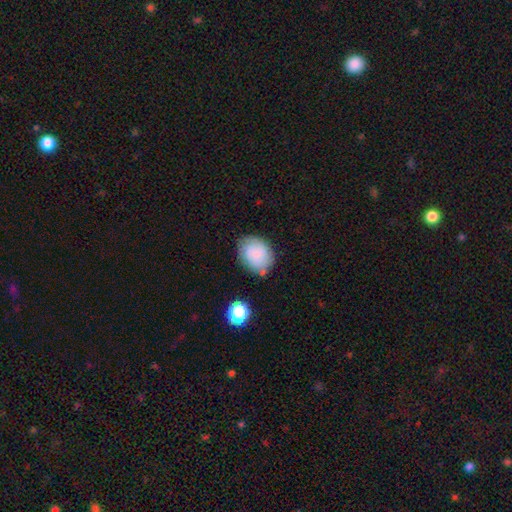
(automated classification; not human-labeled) smooth-or-featured: smooth: 76% | featured or disk: 15% | star or artifact: 9%
  how-rounded: in between: 62% | round: 37% | cigar-shaped: 1%
  merging: none: 70% | minor disturbance: 20% | major disturbance: 5% | merger: 5%